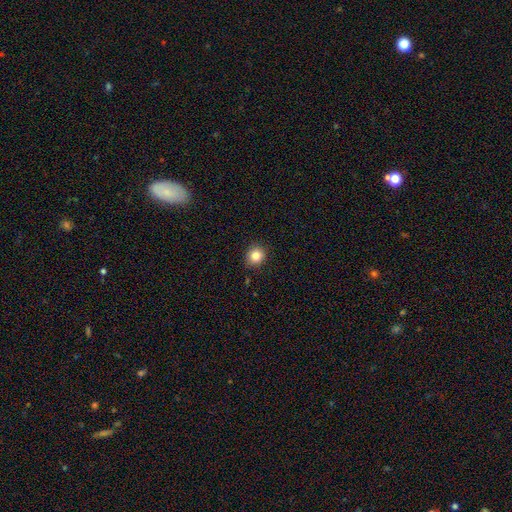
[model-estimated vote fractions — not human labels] Smooth or featured: smooth — 84% (star or artifact — 10%)
How rounded: round — 83% (in between — 16%)
Merging: none — 88% (minor disturbance — 9%)